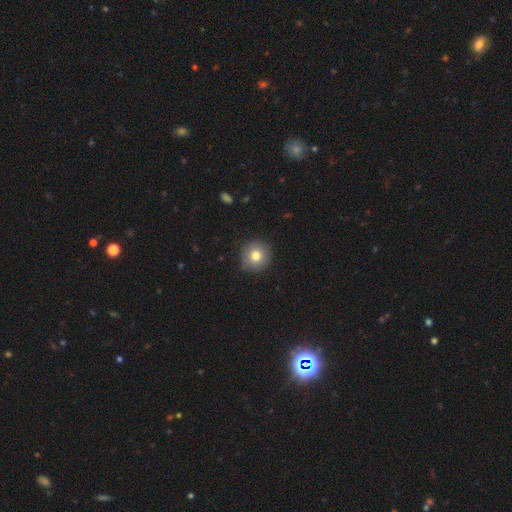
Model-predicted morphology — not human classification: smooth-or-featured: smooth: 78% | featured or disk: 12% | star or artifact: 10%
  how-rounded: round: 93% | in between: 6% | cigar-shaped: 1%
  merging: none: 89% | minor disturbance: 8% | major disturbance: 2% | merger: 1%